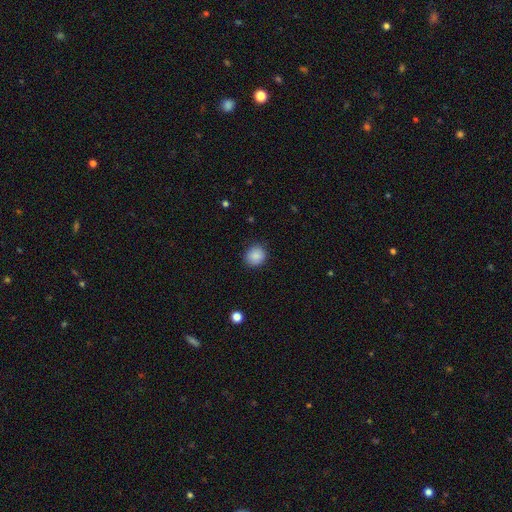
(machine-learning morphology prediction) Overall: smooth (88%). How rounded: round (81%). Merging: none (88%).